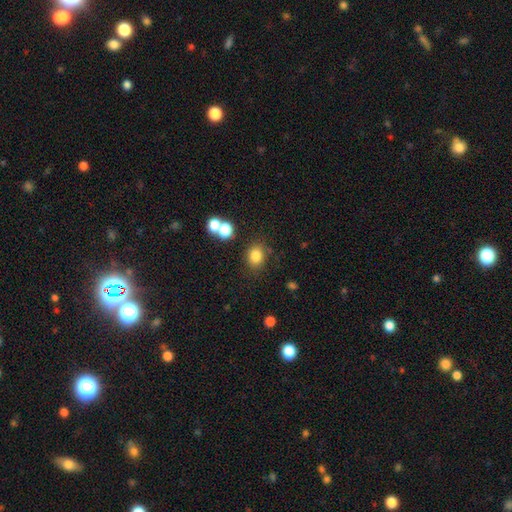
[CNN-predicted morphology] A smooth galaxy with no disk features (81%) that is round (60%). Merging: none (77%).